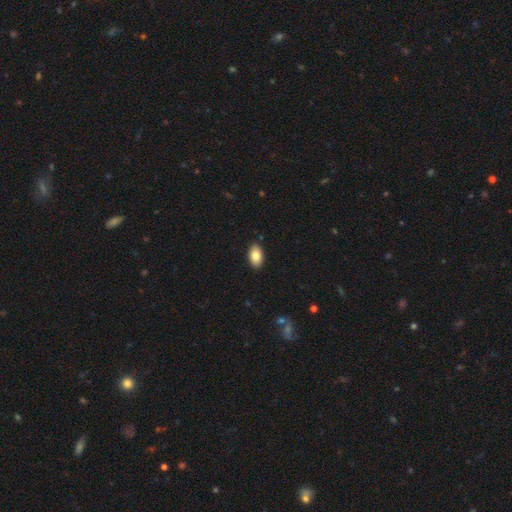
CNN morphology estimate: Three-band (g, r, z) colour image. It shows a smooth galaxy with no disk features (82%) that is in between round and cigar-shaped (93%). Merging: none (89%).